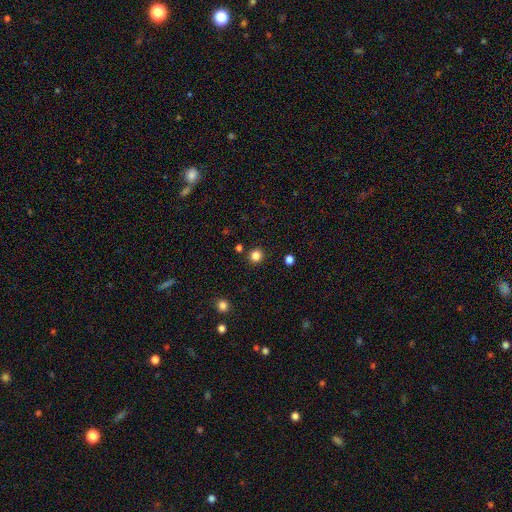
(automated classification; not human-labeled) smooth 83%, star or artifact 13%, featured or disk 4%. Down the decision tree: how rounded — round (92%); merging — none (90%).